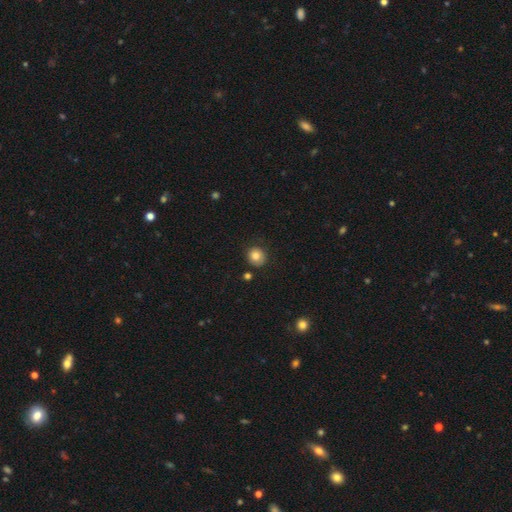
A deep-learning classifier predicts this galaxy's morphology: Smooth or featured? smooth (82%)
How rounded? round (84%)
Merging? none (80%)